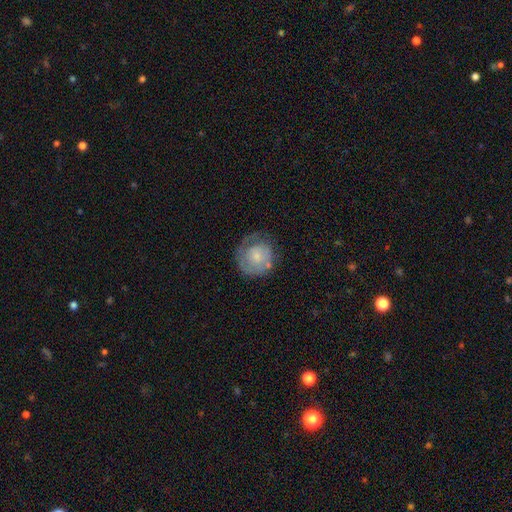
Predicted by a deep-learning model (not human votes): smooth_or_featured: featured or disk (p=0.49) [alt: smooth p=0.44]
merging: none (p=0.60) [alt: minor disturbance p=0.23]